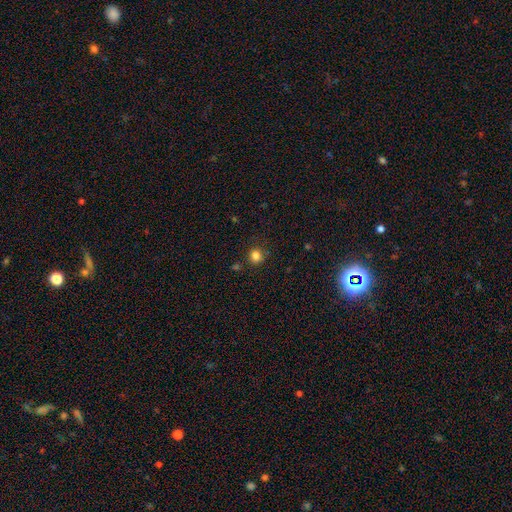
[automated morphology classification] Smooth or featured? Predicted: smooth (p=0.83). How rounded? Predicted: round (p=0.89). Merging? Predicted: none (p=0.82).